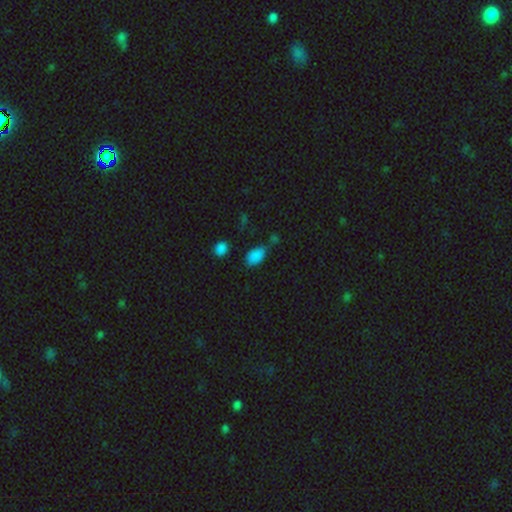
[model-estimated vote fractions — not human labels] Smooth or featured: smooth — 83% (star or artifact — 12%)
How rounded: in between — 91% (round — 6%)
Merging: none — 62% (minor disturbance — 22%)